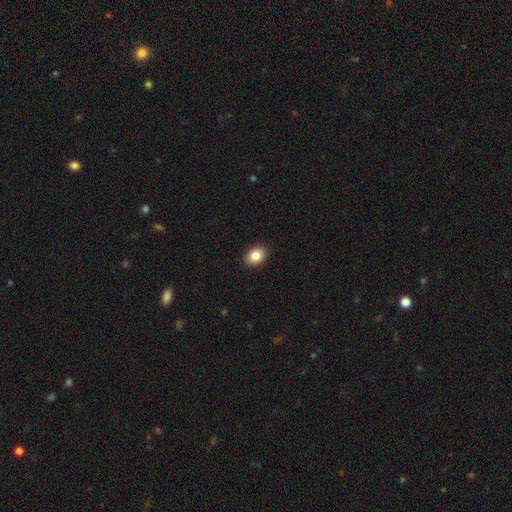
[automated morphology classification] smooth_or_featured: smooth (p=0.86) [alt: star or artifact p=0.08]
how_rounded: in between (p=0.69) [alt: round p=0.30]
merging: none (p=0.91) [alt: minor disturbance p=0.07]